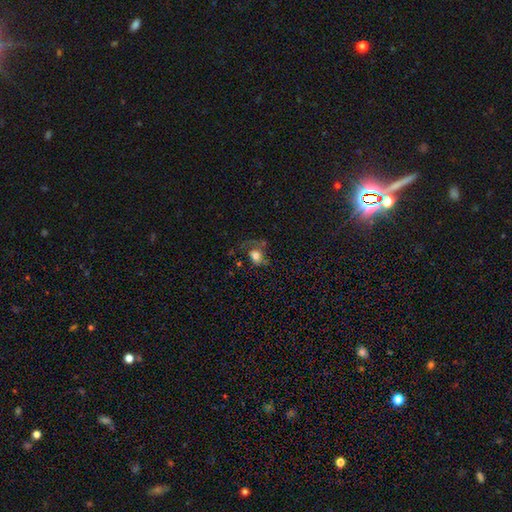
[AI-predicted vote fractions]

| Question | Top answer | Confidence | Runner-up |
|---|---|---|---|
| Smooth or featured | smooth | 58% | featured or disk (29%) |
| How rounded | round | 55% | in between (44%) |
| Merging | none | 37% | major disturbance (36%) |